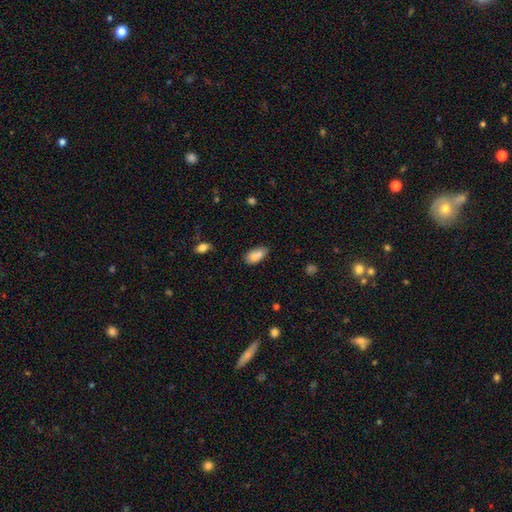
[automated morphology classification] A smooth galaxy with no disk features (78%) that is in between round and cigar-shaped (89%).

Vote fractions:
- Smooth or featured? smooth: 78% / featured or disk: 14% / star or artifact: 8%
- How rounded? in between: 89% / cigar-shaped: 6% / round: 4%
- Merging? none: 52% / minor disturbance: 22% / merger: 21% / major disturbance: 5%